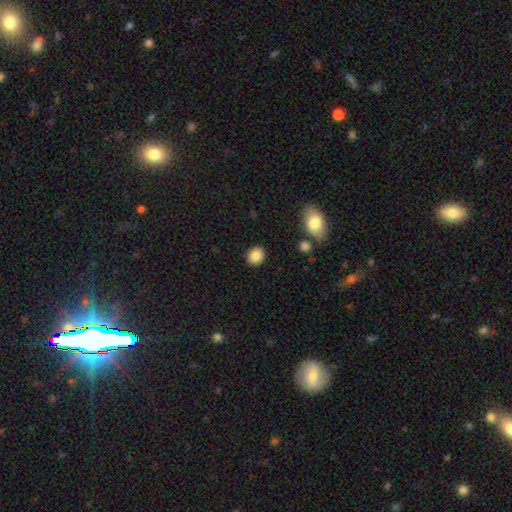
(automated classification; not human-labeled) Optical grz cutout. It shows a smooth galaxy with no disk features (86%) that is round (64%). Merging: none (89%).